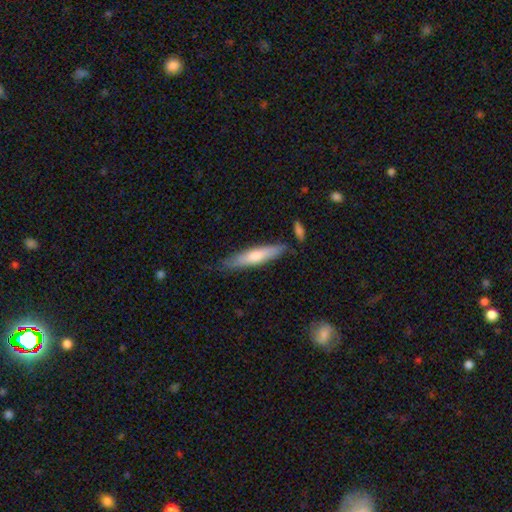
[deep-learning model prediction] The model was most divided on "smooth or featured": smooth: 56%, featured or disk: 38%, star or artifact: 6%. More confident: how rounded — cigar-shaped (88%); merging — none (81%).